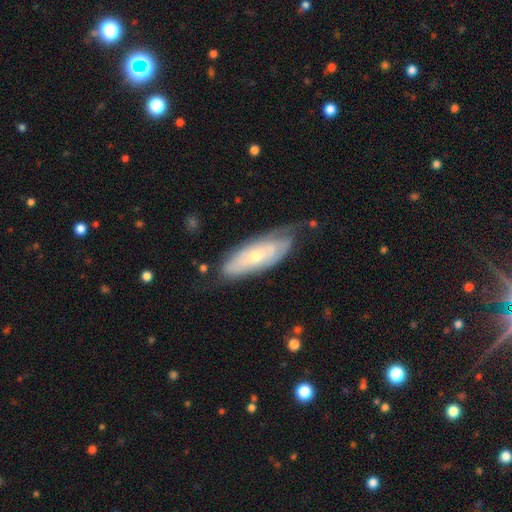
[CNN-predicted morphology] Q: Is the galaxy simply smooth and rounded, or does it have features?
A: featured or disk — 62%.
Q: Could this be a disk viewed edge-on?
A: no — 81%.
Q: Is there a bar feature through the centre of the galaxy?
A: no — 78%.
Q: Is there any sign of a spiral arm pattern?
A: yes — 70%.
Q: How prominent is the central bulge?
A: moderate — 49%.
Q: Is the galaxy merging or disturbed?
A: none — 58%.